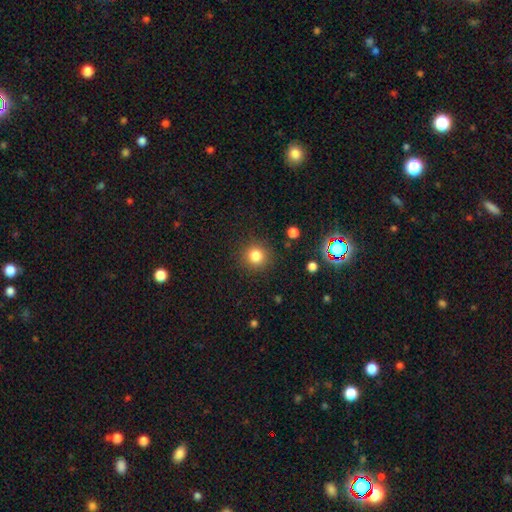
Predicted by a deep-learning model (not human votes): Smooth or featured: smooth — 82% (star or artifact — 13%)
How rounded: round — 93% (in between — 6%)
Merging: none — 89% (minor disturbance — 7%)